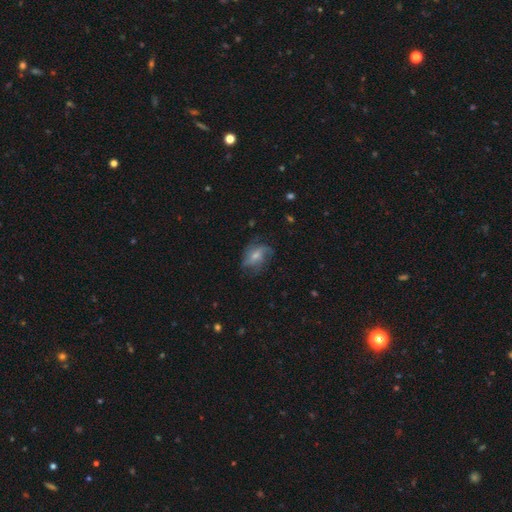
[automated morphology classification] Smooth or featured? featured or disk (60%)
Edge-on disk? no (95%)
Bar? no (51%)
Spiral arms? yes (82%)
Bulge size? small (53%)
Merging? none (55%)